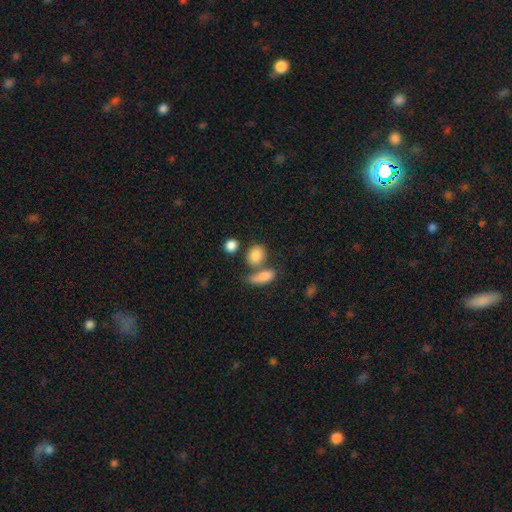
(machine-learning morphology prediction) Smooth or featured? Predicted: smooth (p=0.84). How rounded? Predicted: round (p=0.50). Merging? Predicted: none (p=0.55).